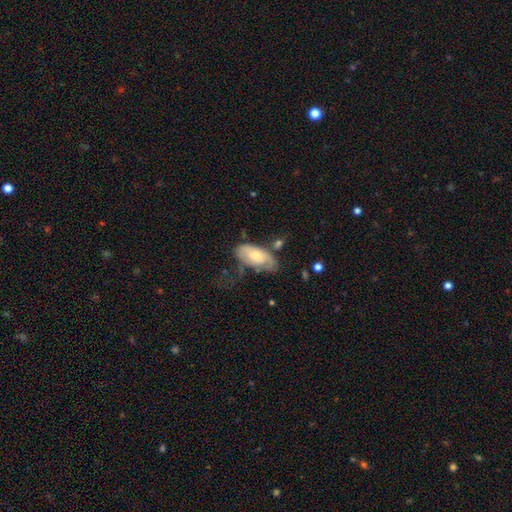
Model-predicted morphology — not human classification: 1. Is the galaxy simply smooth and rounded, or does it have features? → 55% smooth, 39% featured or disk, 6% star or artifact.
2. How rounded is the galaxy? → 91% in between, 6% cigar-shaped, 3% round.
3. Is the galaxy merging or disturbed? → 44% none, 31% minor disturbance, 17% major disturbance, 8% merger.